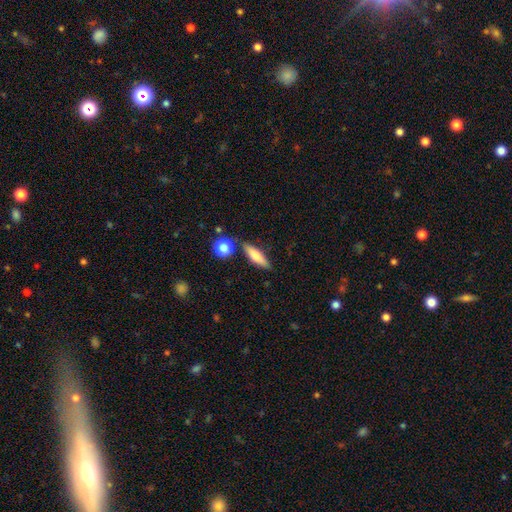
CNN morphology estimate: This is likely a smooth galaxy (66%). How rounded: possibly cigar-shaped (57%). Merging: likely none (78%).